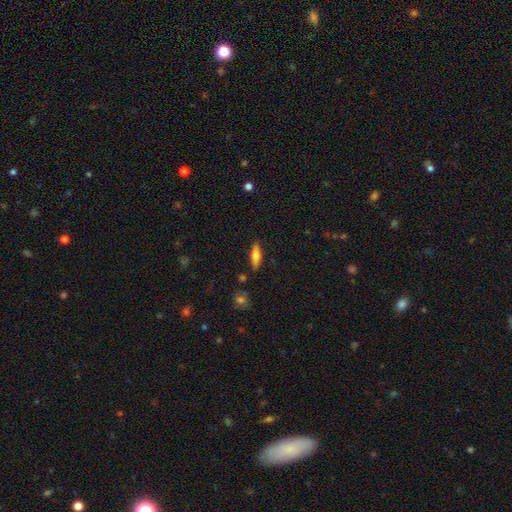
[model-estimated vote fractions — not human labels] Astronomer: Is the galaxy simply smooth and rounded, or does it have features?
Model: smooth — 65%.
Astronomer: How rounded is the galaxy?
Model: cigar-shaped — 53% (runner-up: in between, 45%).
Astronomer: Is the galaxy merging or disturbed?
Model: none — 85%.